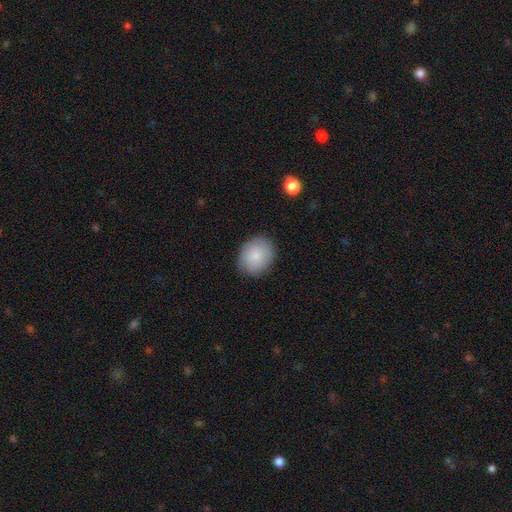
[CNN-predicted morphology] smooth 84%, featured or disk 9%, star or artifact 7%. Down the decision tree: how rounded — round (58%); merging — none (85%).